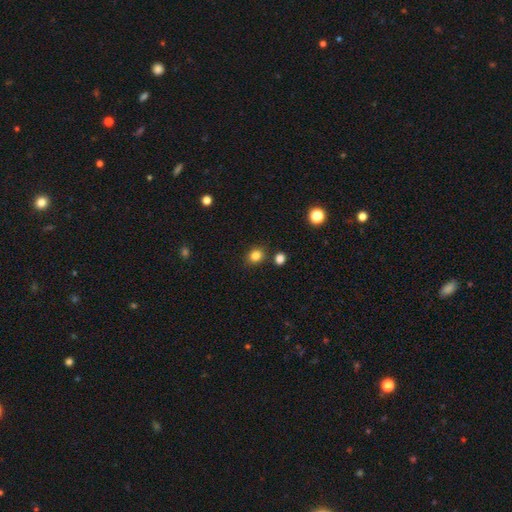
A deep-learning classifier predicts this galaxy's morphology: A smooth galaxy with no disk features (83%) that is round (65%). Merging: none (82%).